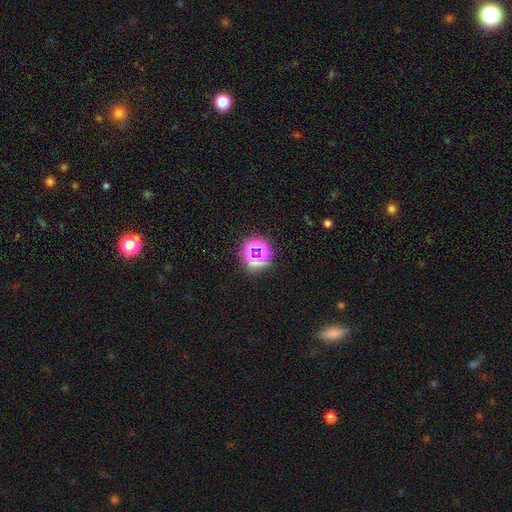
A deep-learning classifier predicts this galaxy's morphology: Overall: star or artifact (65%).